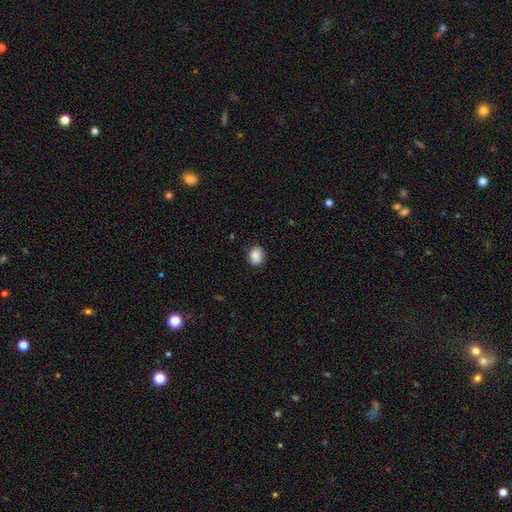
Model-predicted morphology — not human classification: The model was most divided on "how rounded": in between: 53%, round: 46%, cigar-shaped: 1%. More confident: smooth or featured — smooth (89%); merging — none (88%).